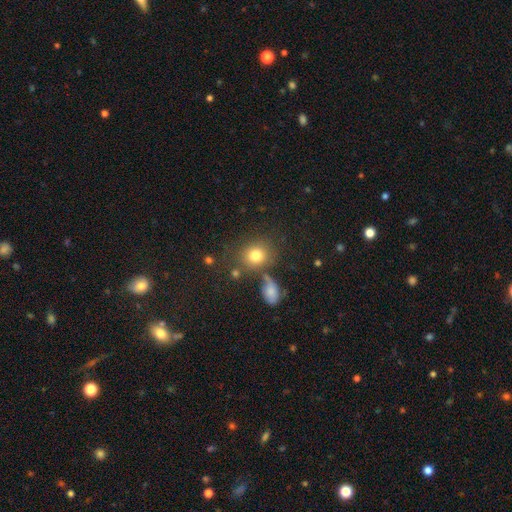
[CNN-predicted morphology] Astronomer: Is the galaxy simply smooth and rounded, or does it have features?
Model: smooth — 78%.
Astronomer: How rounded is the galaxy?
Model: round — 71%.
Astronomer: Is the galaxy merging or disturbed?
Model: none — 70%.